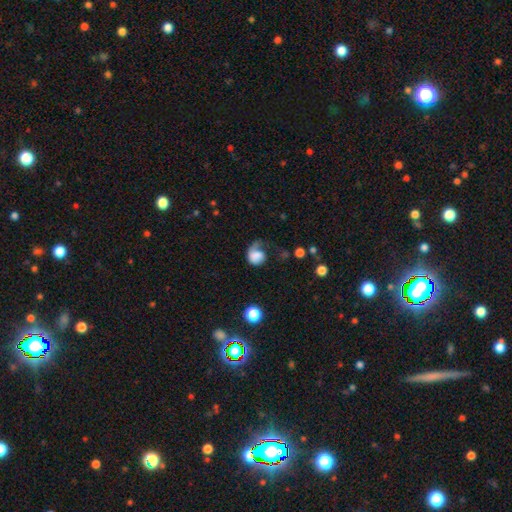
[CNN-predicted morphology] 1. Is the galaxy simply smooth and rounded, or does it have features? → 66% smooth, 25% featured or disk, 9% star or artifact.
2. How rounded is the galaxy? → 59% round, 40% in between, 1% cigar-shaped.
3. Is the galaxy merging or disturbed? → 46% major disturbance, 26% none, 24% minor disturbance, 4% merger.